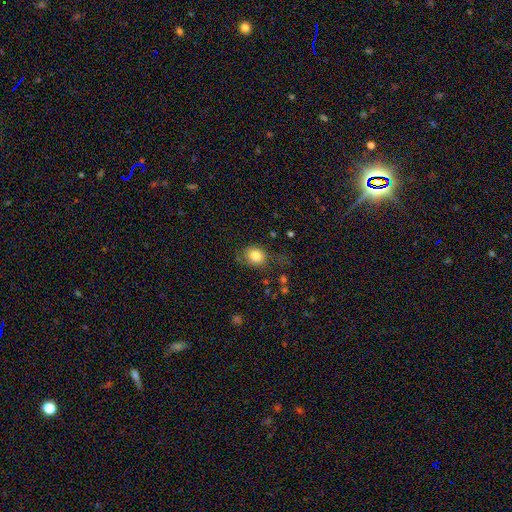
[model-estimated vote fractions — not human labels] This appears to be a smooth galaxy with no disk features (83%) that is round (65%). Merging: none (69%).